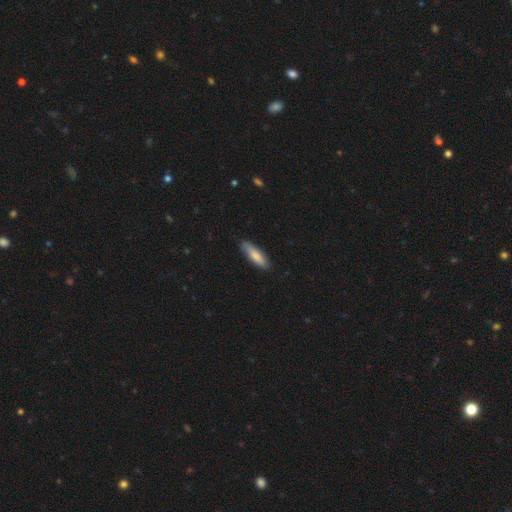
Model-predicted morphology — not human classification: type=smooth (79%); roundness=cigar-shaped (64%); merging=none (84%).